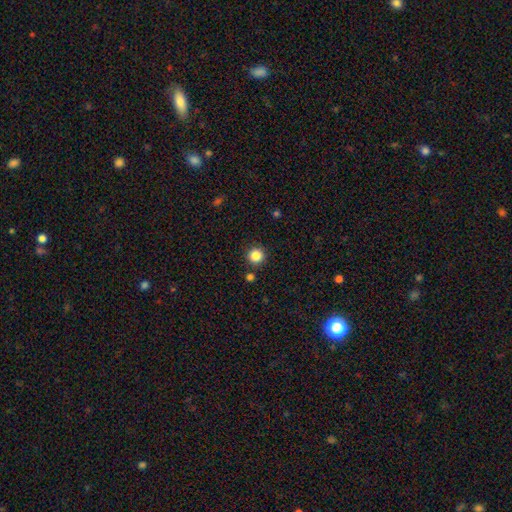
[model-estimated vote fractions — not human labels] A smooth galaxy with no disk features (85%) that is round (95%). Merging: none (88%).